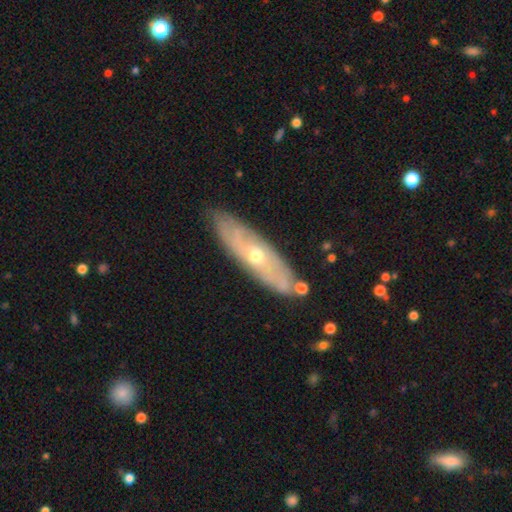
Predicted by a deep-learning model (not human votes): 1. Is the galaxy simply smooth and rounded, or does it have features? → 68% featured or disk, 25% smooth, 7% star or artifact.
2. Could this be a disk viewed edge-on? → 63% no, 37% yes.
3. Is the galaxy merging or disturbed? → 83% none, 12% minor disturbance, 3% merger, 3% major disturbance.